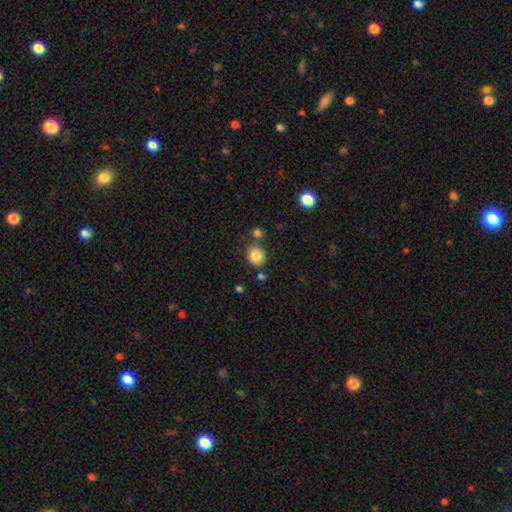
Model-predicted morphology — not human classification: Smooth or featured?
  - smooth: 83% *
  - star or artifact: 10%
  - featured or disk: 6%
How rounded?
  - round: 80% *
  - in between: 19%
  - cigar-shaped: 1%
Merging?
  - none: 75% *
  - minor disturbance: 11%
  - merger: 11%
  - major disturbance: 3%